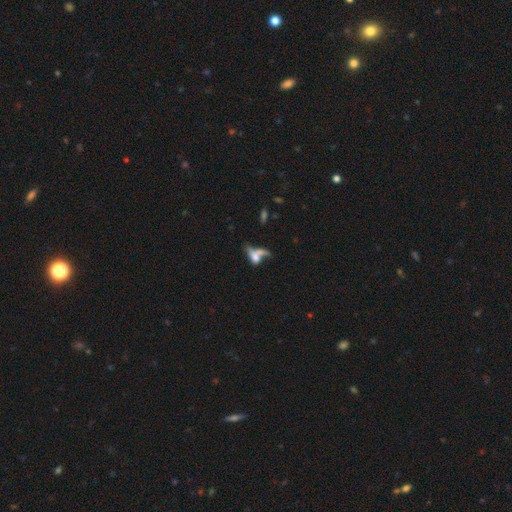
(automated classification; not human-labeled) smooth 52%, featured or disk 35%, star or artifact 13%. Down the decision tree: how rounded — in between (59%); merging — merger (44%).